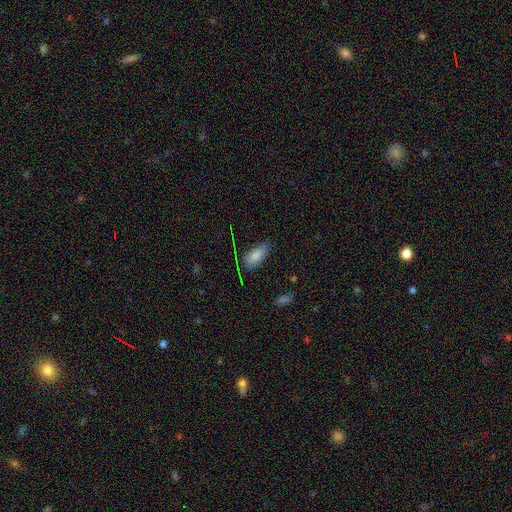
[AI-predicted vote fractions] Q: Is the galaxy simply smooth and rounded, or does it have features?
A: smooth — 81%.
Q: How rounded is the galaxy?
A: in between — 87%.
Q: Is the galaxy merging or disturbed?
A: none — 75%.